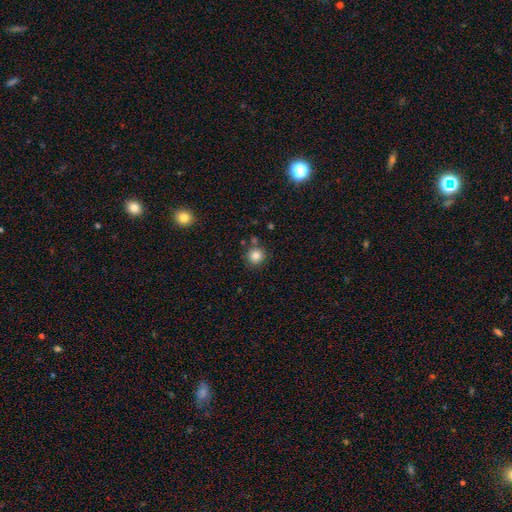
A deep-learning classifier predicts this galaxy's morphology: Overall: smooth (83%). How rounded: round (93%). Merging: none (81%).